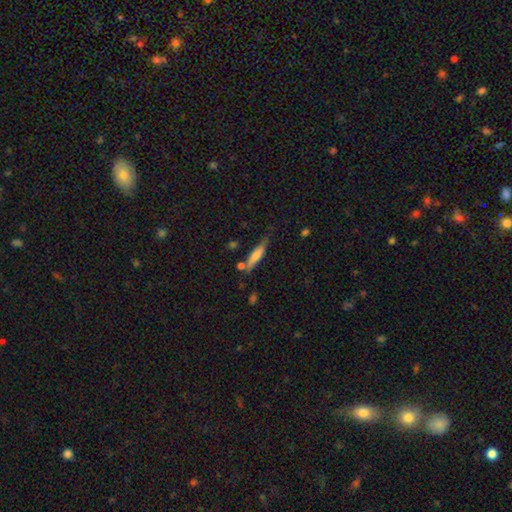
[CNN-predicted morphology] The model was most divided on "smooth or featured": smooth: 65%, featured or disk: 28%, star or artifact: 7%. More confident: how rounded — cigar-shaped (76%); merging — none (62%).